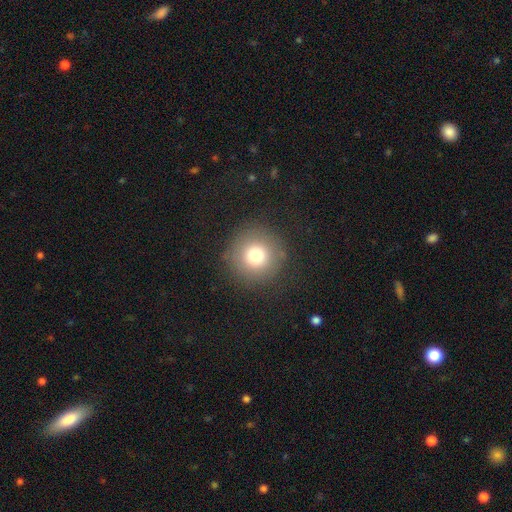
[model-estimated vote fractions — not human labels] Q: Smooth or featured?
A: smooth (75%); runner-up: star or artifact (14%)
Q: How rounded?
A: round (96%); runner-up: in between (3%)
Q: Merging?
A: none (86%); runner-up: minor disturbance (8%)